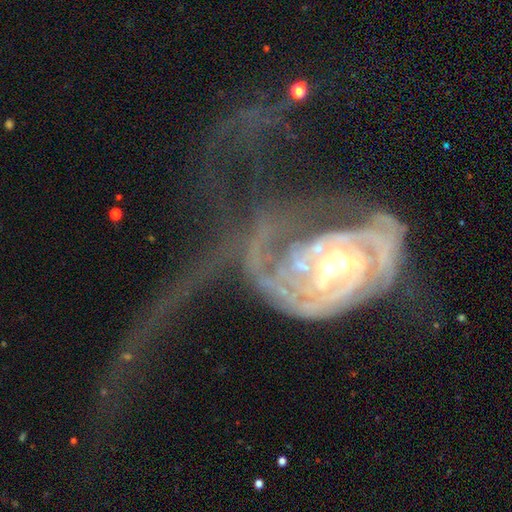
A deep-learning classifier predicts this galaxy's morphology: smooth-or-featured: featured or disk: 86% | star or artifact: 7% | smooth: 7%
  disk-edge-on: no: 96% | yes: 4%
    bar: no: 41% | weak: 37% | strong: 22%
    has-spiral-arms: yes: 88% | no: 12%
      spiral-winding: tight: 48% | medium: 31% | loose: 22%
      spiral-arm-count: 2: 37% | can't tell: 34% | 1: 9% | 3: 9% | 4: 6% | more than 4: 5%
    bulge-size: moderate: 54% | small: 37% | large: 5% | none: 2% | dominant: 2%
  merging: major disturbance: 48% | merger: 35% | none: 10% | minor disturbance: 7%